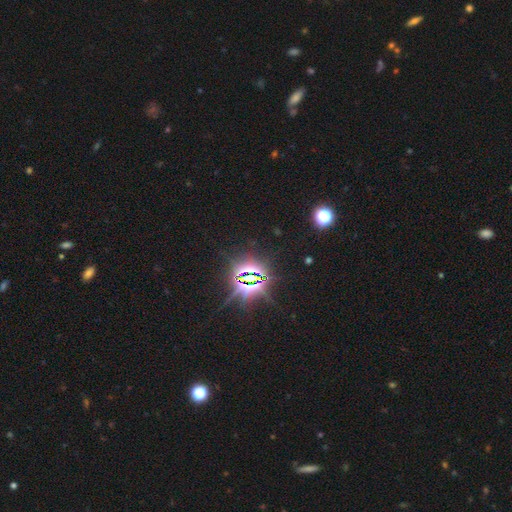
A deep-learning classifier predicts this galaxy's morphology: star or artifact 83%, smooth 11%, featured or disk 6%.